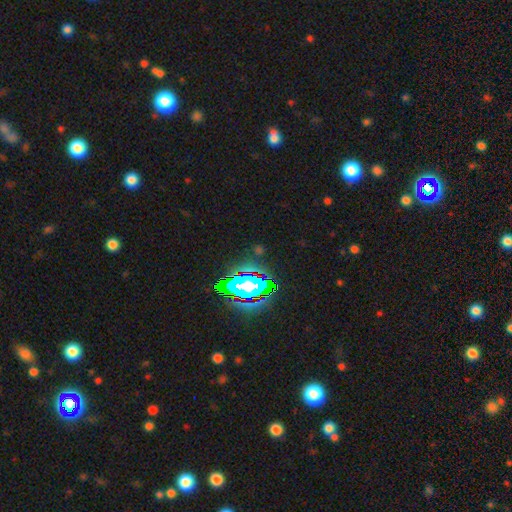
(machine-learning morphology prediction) This is likely a star or artifact rather than a galaxy (70%).